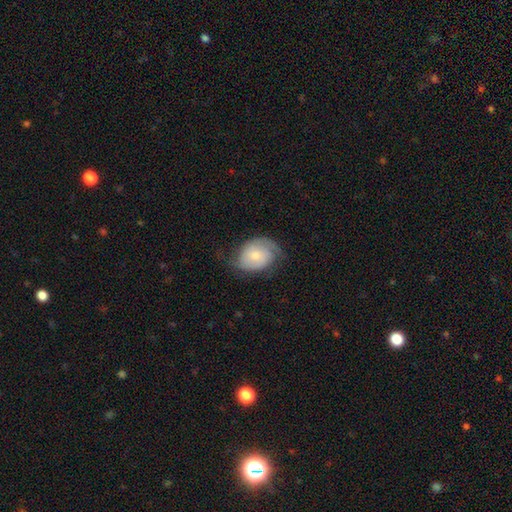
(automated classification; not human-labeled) smooth_or_featured: featured or disk (p=0.55) [alt: smooth p=0.38]
disk_edge_on: no (p=0.96) [alt: yes p=0.04]
bar: no (p=0.73) [alt: weak p=0.23]
has_spiral_arms: yes (p=0.87) [alt: no p=0.13]
bulge_size: small (p=0.50) [alt: moderate p=0.39]
merging: none (p=0.59) [alt: minor disturbance p=0.27]